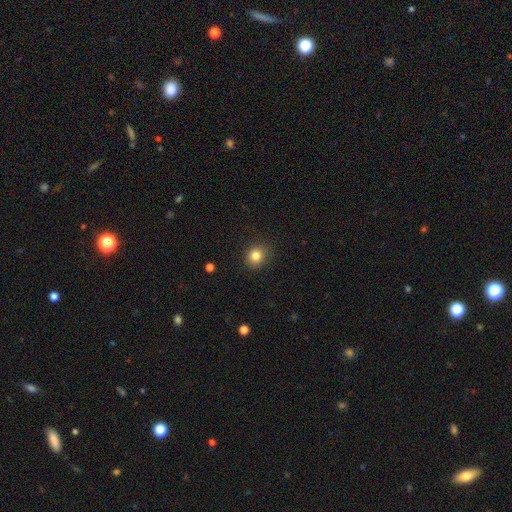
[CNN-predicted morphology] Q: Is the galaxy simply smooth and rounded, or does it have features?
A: smooth — 83%.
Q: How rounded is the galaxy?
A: round — 76%.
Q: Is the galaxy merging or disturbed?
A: none — 86%.